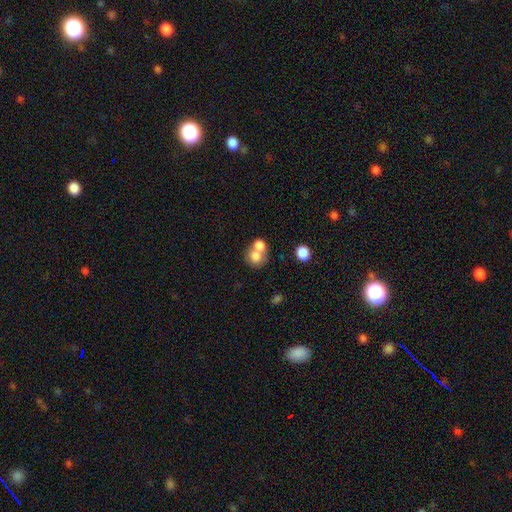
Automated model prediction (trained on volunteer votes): Smooth or featured? smooth (75%)
How rounded? round (68%)
Merging? merger (59%)